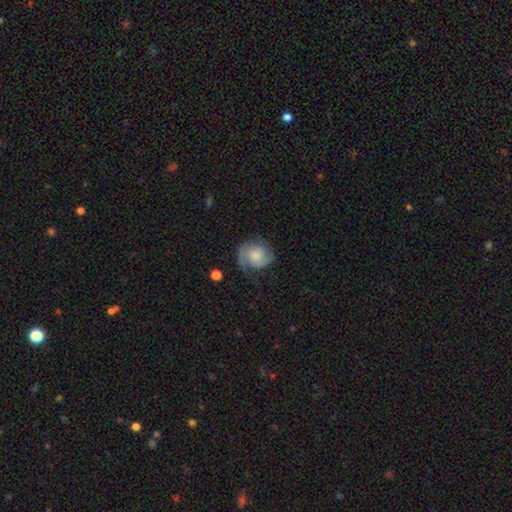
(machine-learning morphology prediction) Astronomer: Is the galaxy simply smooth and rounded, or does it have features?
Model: featured or disk — 61%.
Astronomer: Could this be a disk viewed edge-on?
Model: no — 98%.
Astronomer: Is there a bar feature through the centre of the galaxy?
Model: no — 73%.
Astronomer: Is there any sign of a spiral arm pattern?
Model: yes — 92%.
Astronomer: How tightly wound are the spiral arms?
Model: medium — 41%, tied with tight at 41%.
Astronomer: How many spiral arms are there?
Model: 2 — 61%.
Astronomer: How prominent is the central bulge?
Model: small — 41% (runner-up: moderate, 32%).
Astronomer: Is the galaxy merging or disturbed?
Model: none — 61%.